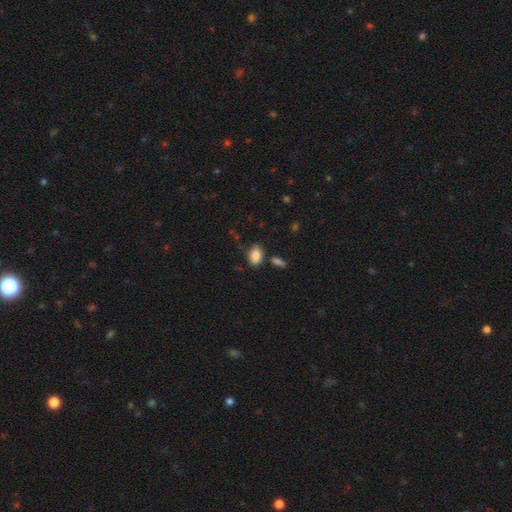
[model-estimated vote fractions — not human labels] smooth_or_featured: smooth (p=0.86) [alt: star or artifact p=0.08]
how_rounded: in between (p=0.85) [alt: round p=0.13]
merging: none (p=0.69) [alt: minor disturbance p=0.18]